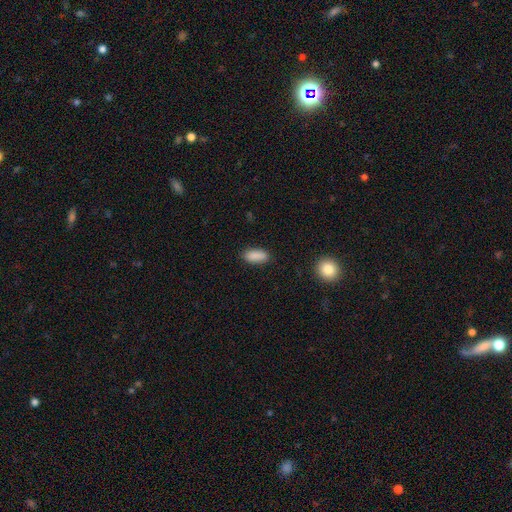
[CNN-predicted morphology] smooth_or_featured: smooth (p=0.89) [alt: star or artifact p=0.07]
how_rounded: in between (p=0.85) [alt: cigar-shaped p=0.12]
merging: none (p=0.85) [alt: minor disturbance p=0.11]